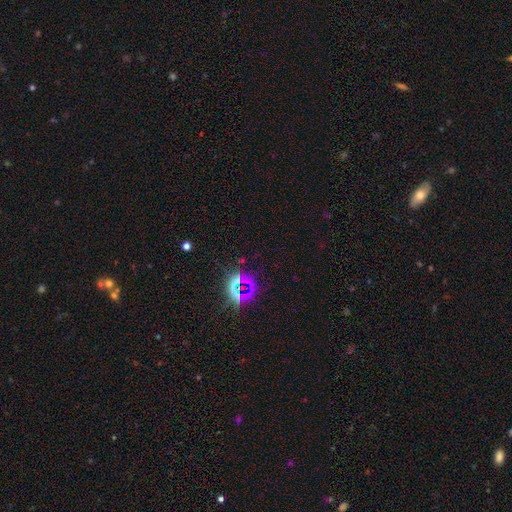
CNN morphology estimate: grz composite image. It shows a star or artifact, not a galaxy (75%).